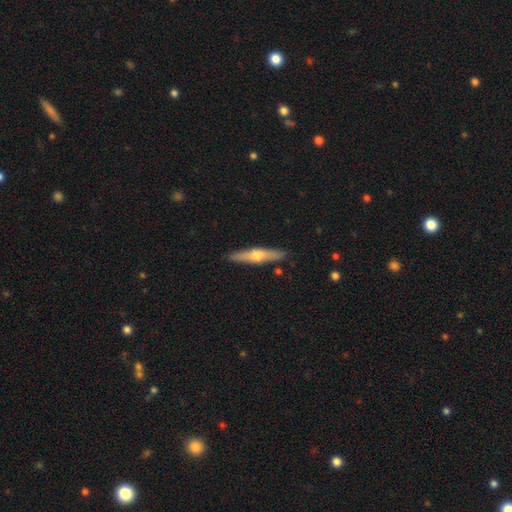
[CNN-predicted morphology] The model was most divided on "smooth or featured": featured or disk: 54%, smooth: 40%, star or artifact: 6%. More confident: edge-on disk — yes (93%); merging — none (90%); edge-on bulge — rounded (90%).